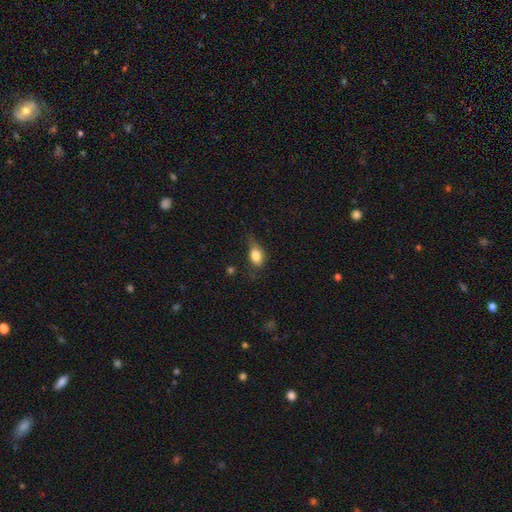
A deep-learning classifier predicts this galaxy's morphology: type=smooth (79%); roundness=in between (83%); merging=none (46%).